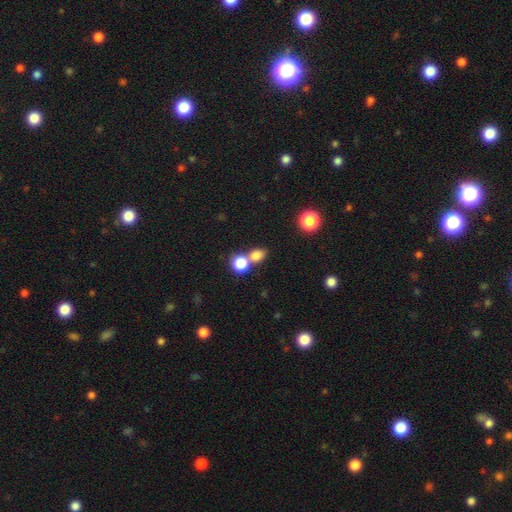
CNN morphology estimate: Smooth or featured: smooth — 80% (star or artifact — 13%)
How rounded: round — 56% (in between — 43%)
Merging: merger — 46% (none — 43%)